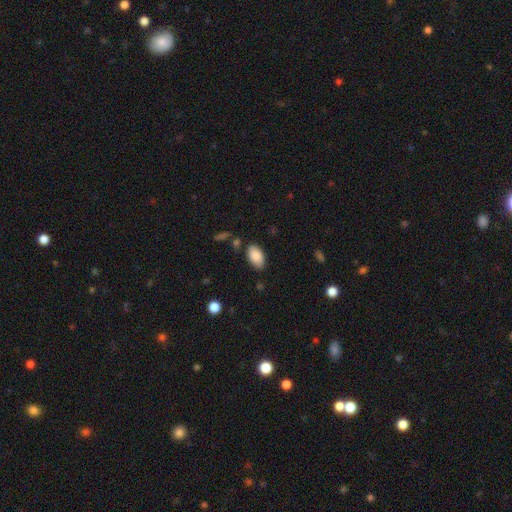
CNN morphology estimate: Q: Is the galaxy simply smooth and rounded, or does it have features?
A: smooth — 87%.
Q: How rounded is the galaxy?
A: in between — 94%.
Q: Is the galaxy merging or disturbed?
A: none — 81%.